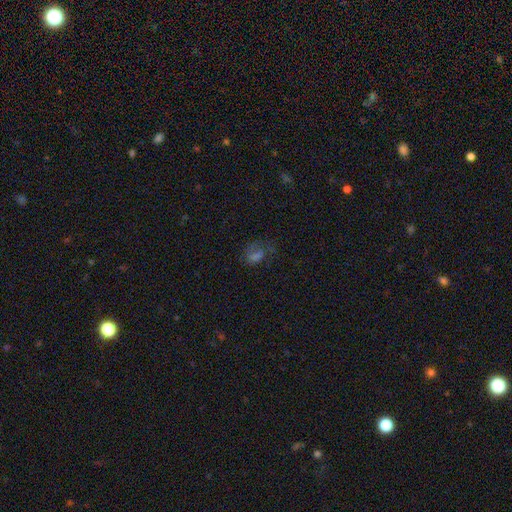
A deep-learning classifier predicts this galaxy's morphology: The model was most divided on "smooth or featured": smooth: 39%, star or artifact: 32%, featured or disk: 29%. Remaining: merging — none (48%).